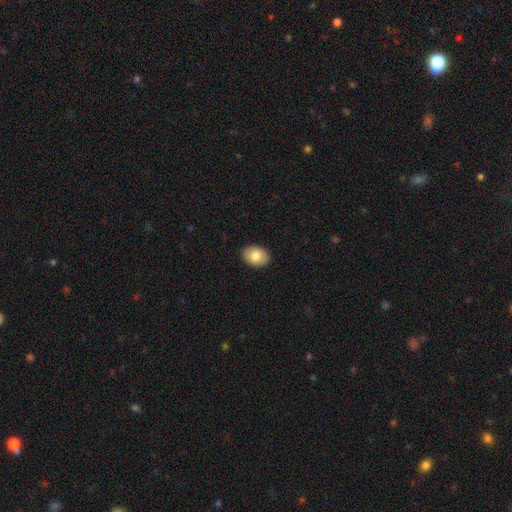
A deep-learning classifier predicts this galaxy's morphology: This is clearly a smooth galaxy (80%). How rounded: clearly in between (81%). Merging: clearly none (90%).